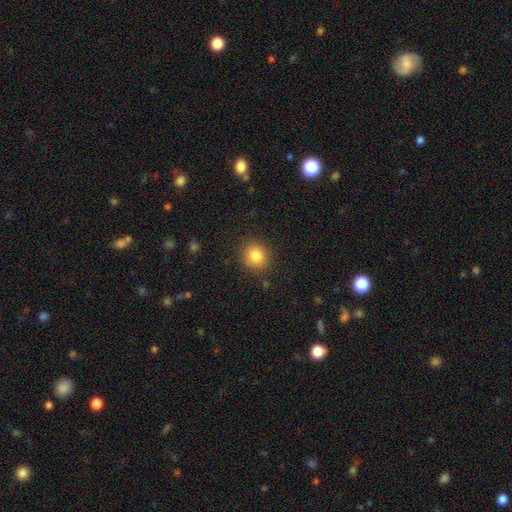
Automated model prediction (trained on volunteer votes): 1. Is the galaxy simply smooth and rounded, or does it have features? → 83% smooth, 11% star or artifact, 6% featured or disk.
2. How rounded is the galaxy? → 79% round, 20% in between, 1% cigar-shaped.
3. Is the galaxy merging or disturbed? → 86% none, 10% minor disturbance, 3% major disturbance, 1% merger.